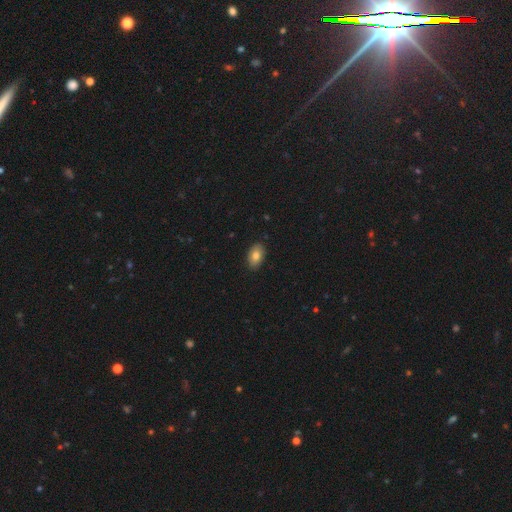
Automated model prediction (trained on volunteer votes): The model was most divided on "smooth or featured": smooth: 82%, featured or disk: 10%, star or artifact: 8%. More confident: how rounded — in between (92%); merging — none (89%).